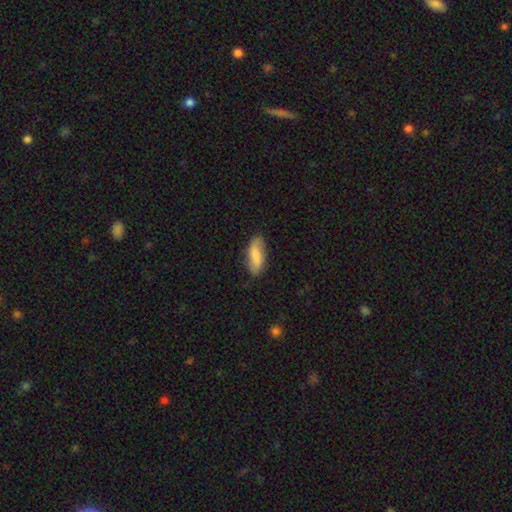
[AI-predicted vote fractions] A smooth galaxy with no disk features (73%) that is in between round and cigar-shaped (75%). Merging: none (74%).